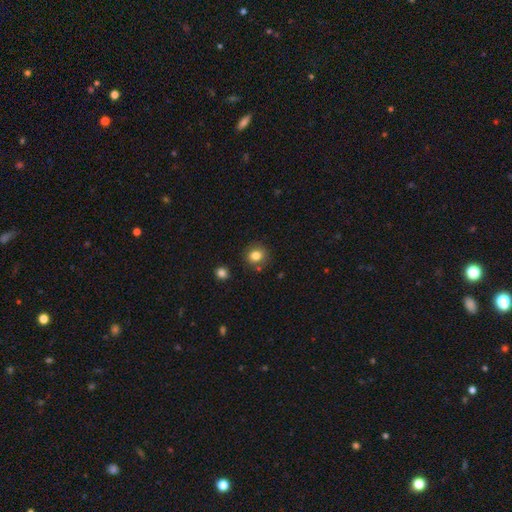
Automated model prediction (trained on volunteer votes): The model was most divided on "how rounded": round: 79%, in between: 20%, cigar-shaped: 1%. More confident: merging — none (82%); smooth or featured — smooth (82%).